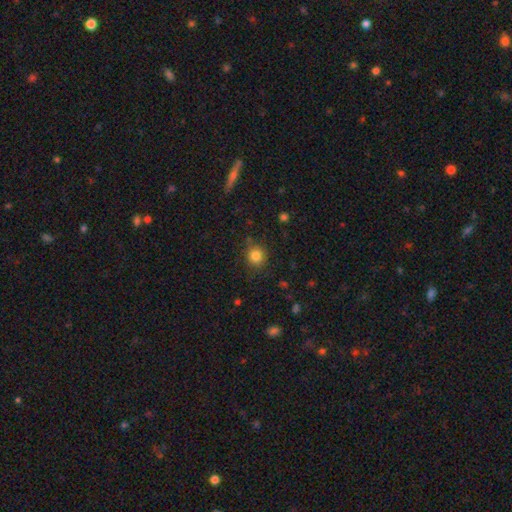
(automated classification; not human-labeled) Smooth or featured: smooth — 82% (star or artifact — 12%)
How rounded: round — 89% (in between — 10%)
Merging: none — 86% (minor disturbance — 9%)